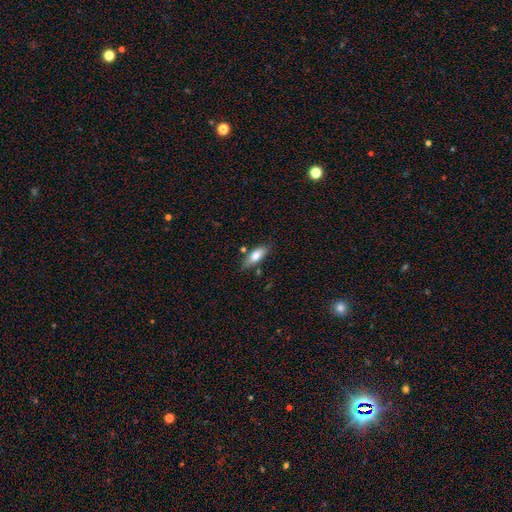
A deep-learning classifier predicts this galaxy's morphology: A smooth galaxy with no disk features (74%) that is in between round and cigar-shaped (68%). Merging: none (71%).